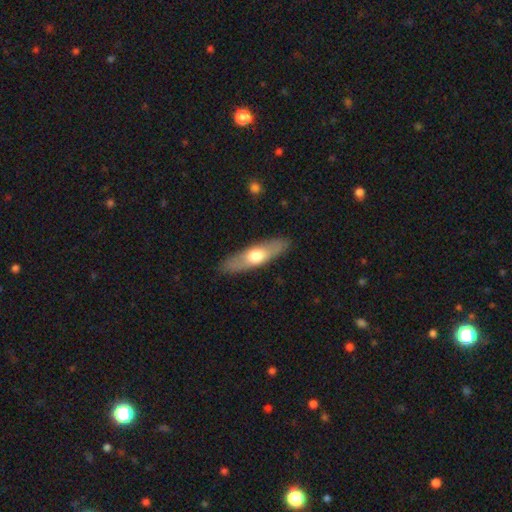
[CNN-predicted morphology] Smooth or featured: smooth — 52% (featured or disk — 43%)
How rounded: cigar-shaped — 60% (in between — 37%)
Merging: none — 87% (minor disturbance — 9%)